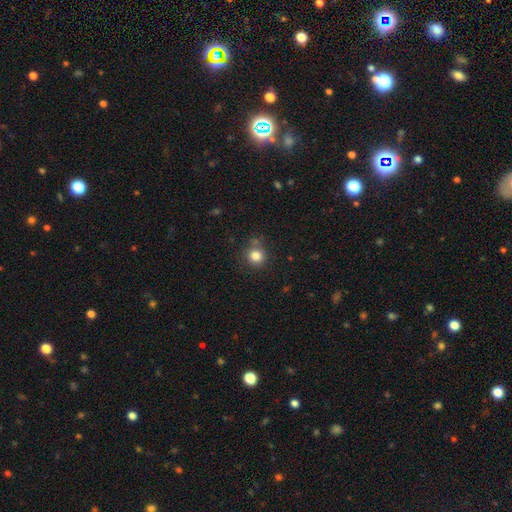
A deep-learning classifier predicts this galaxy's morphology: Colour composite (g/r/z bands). It shows a smooth galaxy with no disk features (82%) that is round (89%). Merging: none (79%).